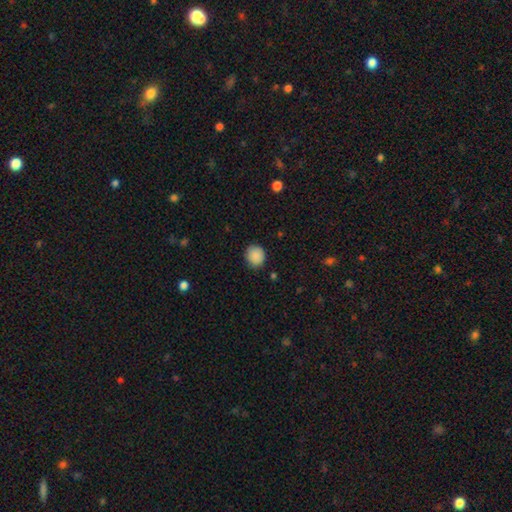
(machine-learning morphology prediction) This is clearly a smooth galaxy (88%). How rounded: clearly round (83%). Merging: clearly none (86%).